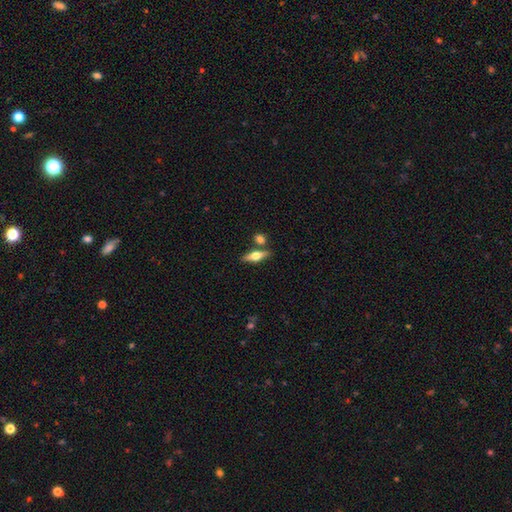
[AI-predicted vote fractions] The model was most divided on "smooth or featured": featured or disk: 53%, smooth: 40%, star or artifact: 7%. More confident: edge-on disk — yes (92%); merging — none (75%).